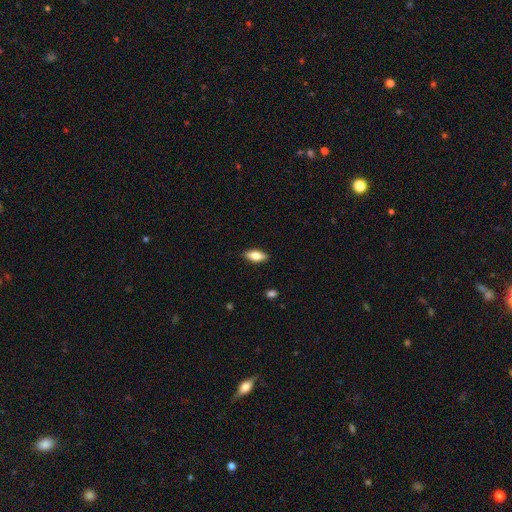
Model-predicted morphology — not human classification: type=smooth (73%); roundness=in between (81%); merging=none (88%).